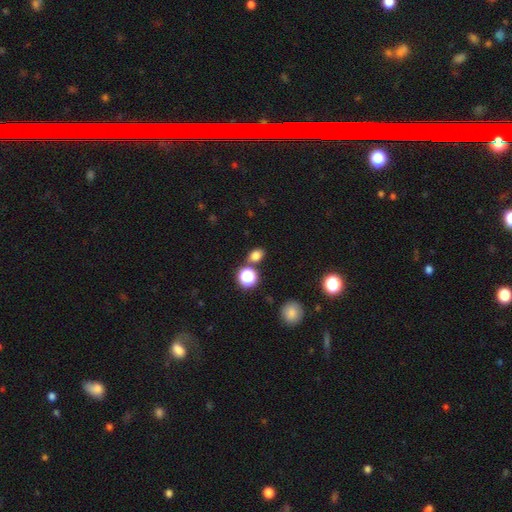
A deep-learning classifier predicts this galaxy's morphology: Q: Smooth or featured?
A: smooth (74%); runner-up: star or artifact (20%)
Q: How rounded?
A: in between (56%); runner-up: round (43%)
Q: Merging?
A: none (75%); runner-up: merger (11%)